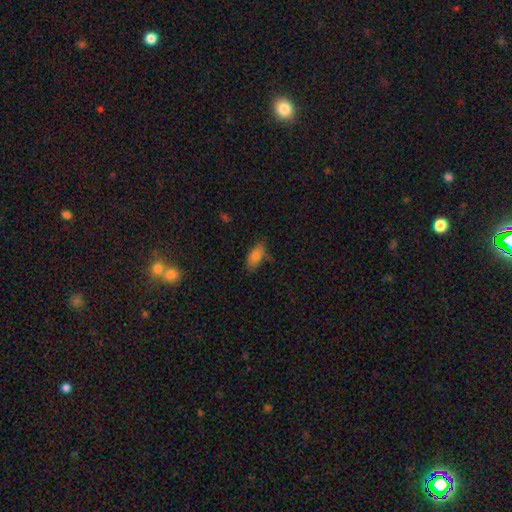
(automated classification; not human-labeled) Smooth or featured?
  - smooth: 77% *
  - featured or disk: 13%
  - star or artifact: 10%
How rounded?
  - in between: 86% *
  - cigar-shaped: 10%
  - round: 4%
Merging?
  - none: 64% *
  - minor disturbance: 27%
  - major disturbance: 6%
  - merger: 4%